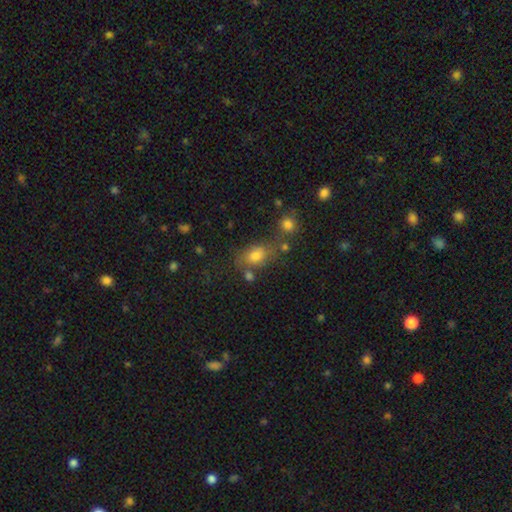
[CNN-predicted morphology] Smooth or featured: smooth — 73% (star or artifact — 14%)
How rounded: in between — 70% (round — 28%)
Merging: none — 54% (minor disturbance — 19%)